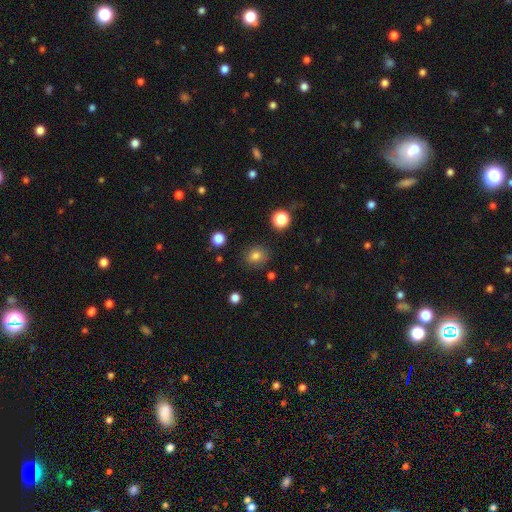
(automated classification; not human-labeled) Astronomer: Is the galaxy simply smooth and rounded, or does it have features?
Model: smooth — 80%.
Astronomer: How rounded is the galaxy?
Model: round — 73%.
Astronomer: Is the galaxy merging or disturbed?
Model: none — 84%.